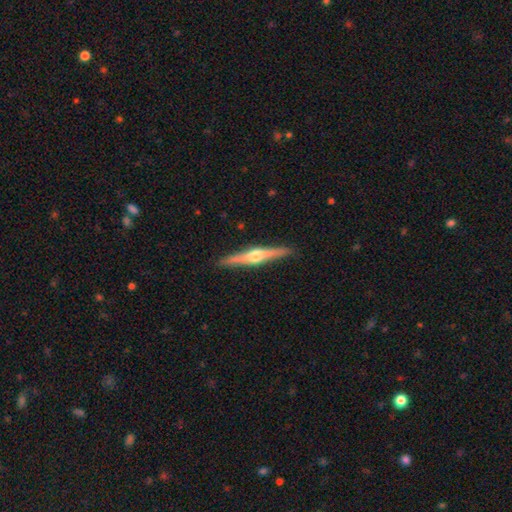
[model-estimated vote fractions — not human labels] Smooth or featured? Predicted: featured or disk (p=0.74). Edge-on disk? Predicted: yes (p=0.98). Edge-on bulge? Predicted: rounded (p=0.93). Merging? Predicted: none (p=0.91).